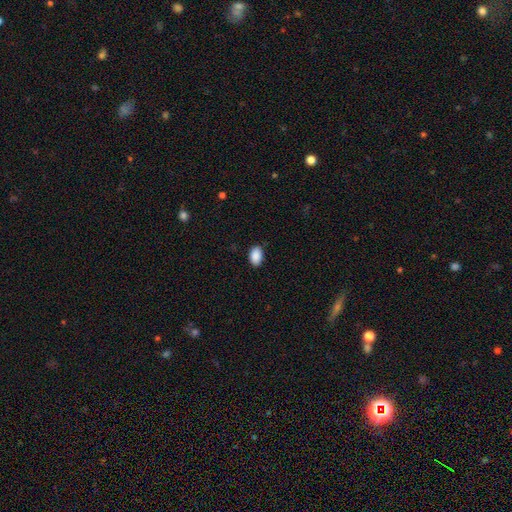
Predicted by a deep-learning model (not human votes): This is clearly a smooth galaxy (90%). How rounded: clearly in between (90%). Merging: clearly none (87%).